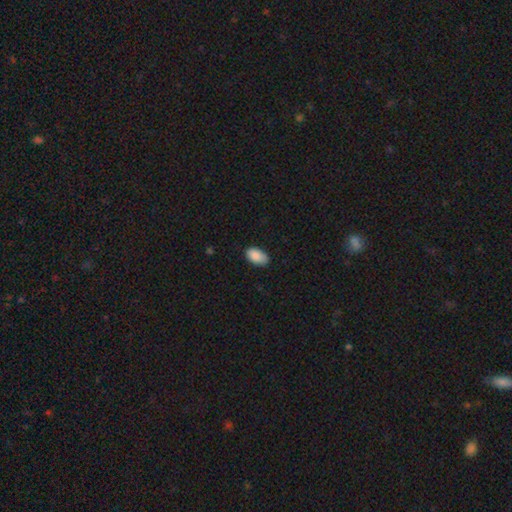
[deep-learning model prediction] A smooth galaxy with no disk features (89%) that is in between round and cigar-shaped (95%). Merging: none (80%).